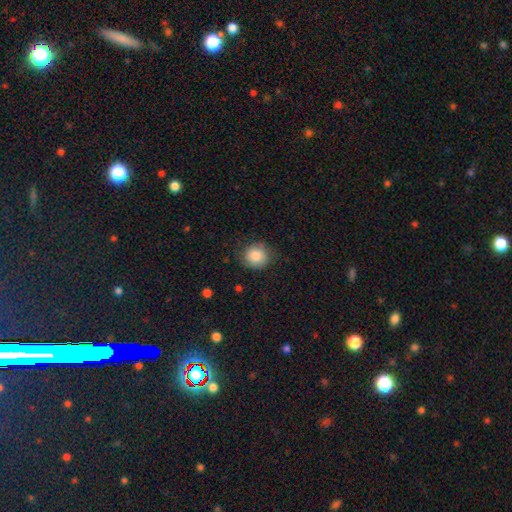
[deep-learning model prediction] This appears to be a smooth galaxy with no disk features (83%) that is round (86%). Merging: none (75%).